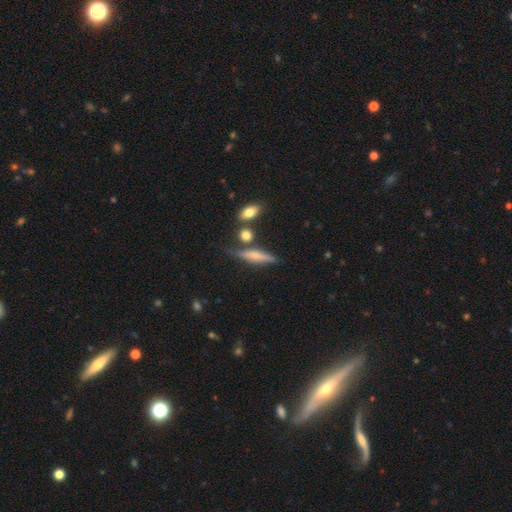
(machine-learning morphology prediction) Smooth or featured? Predicted: smooth (p=0.51). How rounded? Predicted: cigar-shaped (p=0.76). Merging? Predicted: none (p=0.70).